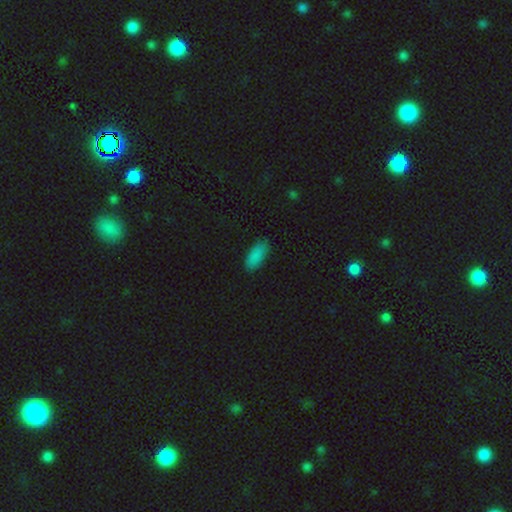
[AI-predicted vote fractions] smooth_or_featured: smooth (p=0.87) [alt: star or artifact p=0.08]
how_rounded: in between (p=0.83) [alt: cigar-shaped p=0.15]
merging: none (p=0.84) [alt: minor disturbance p=0.13]